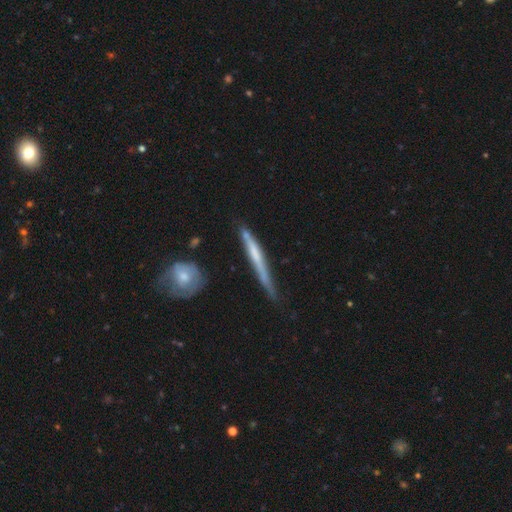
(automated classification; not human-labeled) Smooth or featured? Predicted: featured or disk (p=0.55). Edge-on disk? Predicted: yes (p=0.93). Edge-on bulge? Predicted: none (p=0.75). Merging? Predicted: none (p=0.65).